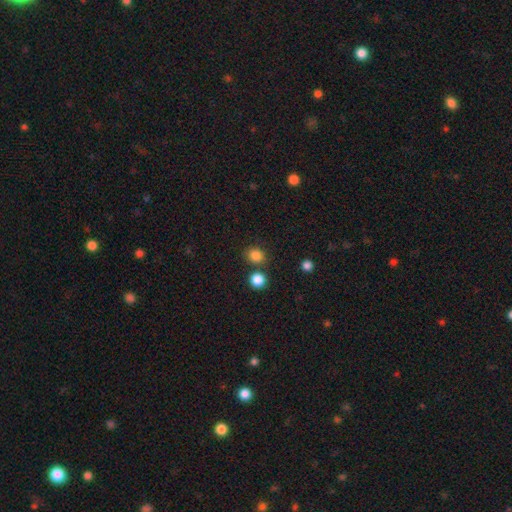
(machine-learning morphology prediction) Smooth or featured?
  - smooth: 83% *
  - star or artifact: 13%
  - featured or disk: 4%
How rounded?
  - round: 80% *
  - in between: 19%
  - cigar-shaped: 1%
Merging?
  - none: 76% *
  - merger: 12%
  - minor disturbance: 8%
  - major disturbance: 3%